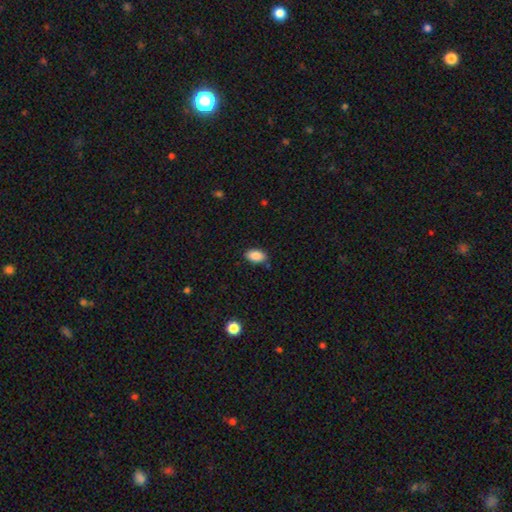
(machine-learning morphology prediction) The model was most divided on "merging": none: 83%, minor disturbance: 12%, major disturbance: 2%, merger: 2%. More confident: how rounded — in between (93%); smooth or featured — smooth (88%).